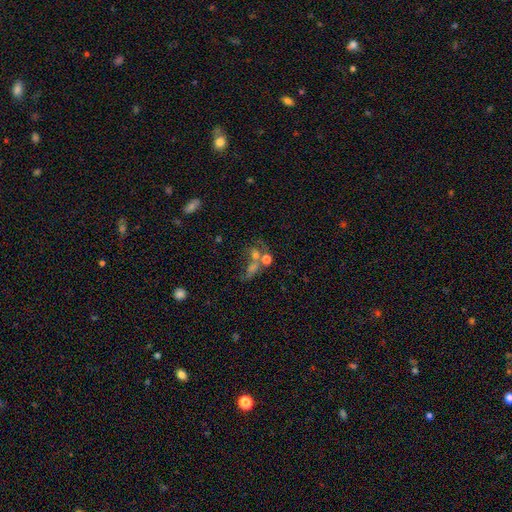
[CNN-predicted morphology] Smooth or featured: featured or disk — 38% (smooth — 37%)
Merging: merger — 47% (none — 26%)